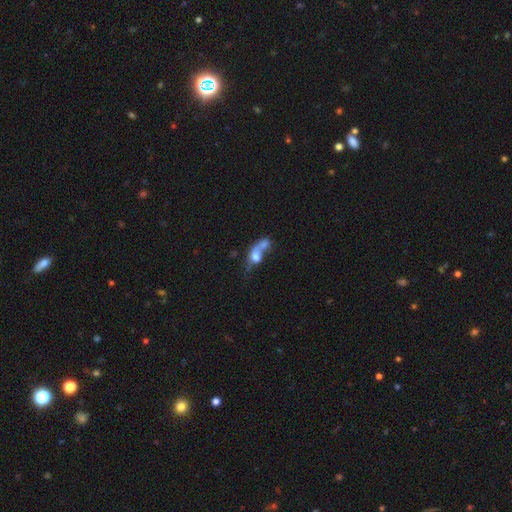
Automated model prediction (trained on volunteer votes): Morphology: type=smooth (61%); roundness=in between (51%); merging=merger (63%).